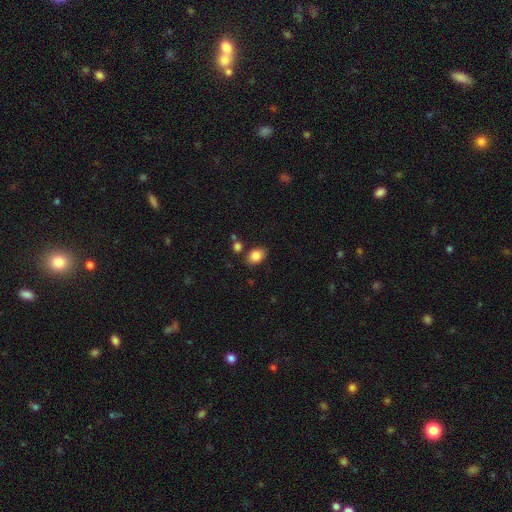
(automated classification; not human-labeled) smooth 85%, star or artifact 9%, featured or disk 6%. Down the decision tree: how rounded — in between (71%); merging — none (78%).